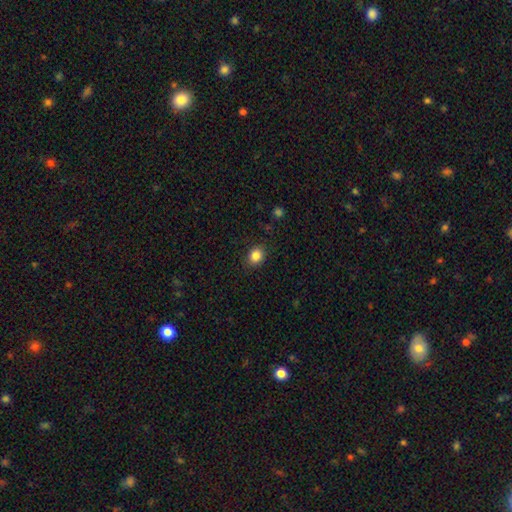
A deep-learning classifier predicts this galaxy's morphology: Smooth or featured?
  - smooth: 85% *
  - star or artifact: 10%
  - featured or disk: 5%
How rounded?
  - round: 58% *
  - in between: 41%
  - cigar-shaped: 1%
Merging?
  - none: 87% *
  - minor disturbance: 9%
  - major disturbance: 3%
  - merger: 1%